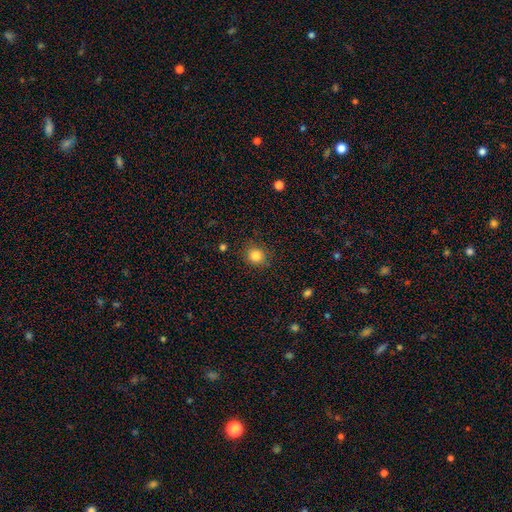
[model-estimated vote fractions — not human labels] A smooth galaxy with no disk features (84%) that is round (87%).

Vote fractions:
- Smooth or featured? smooth: 84% / star or artifact: 11% / featured or disk: 5%
- How rounded? round: 87% / in between: 13% / cigar-shaped: 1%
- Merging? none: 87% / minor disturbance: 9% / major disturbance: 3% / merger: 1%